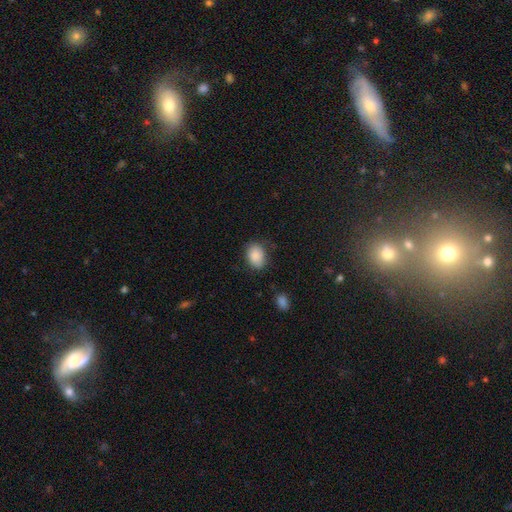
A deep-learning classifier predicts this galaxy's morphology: Smooth or featured? Predicted: smooth (p=0.88). How rounded? Predicted: in between (p=0.74). Merging? Predicted: none (p=0.77).